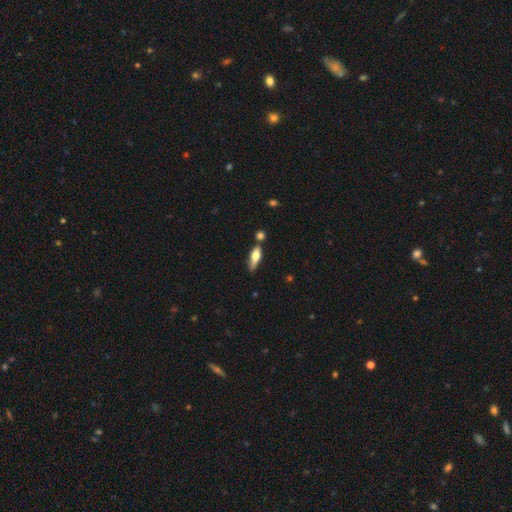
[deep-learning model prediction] Morphology: type=smooth (56%); roundness=in between (49%); merging=none (59%).